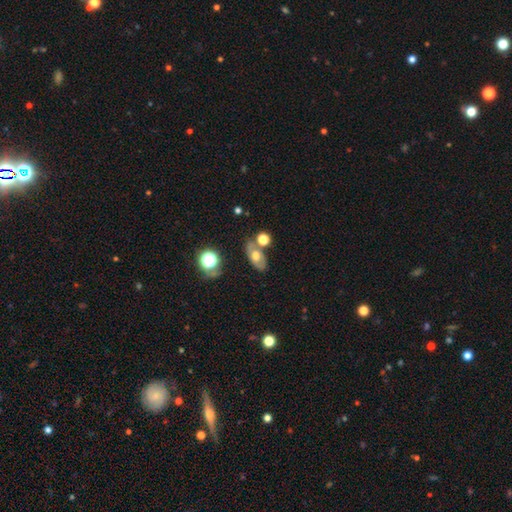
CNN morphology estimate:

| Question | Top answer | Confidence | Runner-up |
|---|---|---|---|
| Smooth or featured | smooth | 50% | featured or disk (38%) |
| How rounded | in between | 82% | round (14%) |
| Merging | none | 58% | merger (18%) |